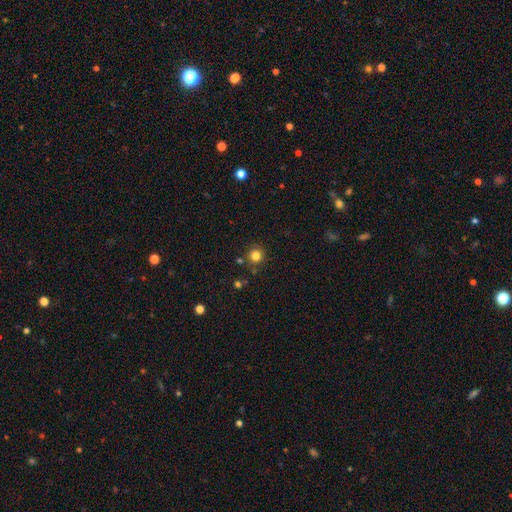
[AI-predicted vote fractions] Smooth or featured? smooth (82%)
How rounded? round (93%)
Merging? none (85%)